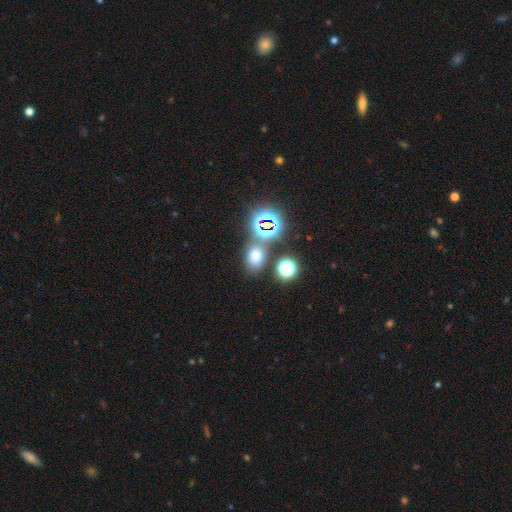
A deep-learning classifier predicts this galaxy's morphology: type=smooth (61%); roundness=in between (58%); merging=none (69%).